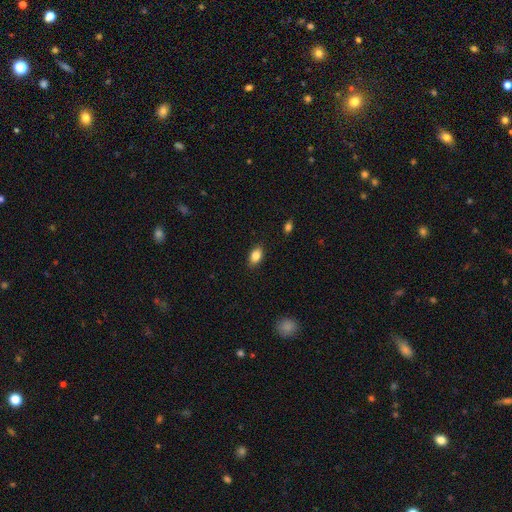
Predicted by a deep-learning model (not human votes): smooth_or_featured: smooth (p=0.85) [alt: star or artifact p=0.08]
how_rounded: in between (p=0.85) [alt: round p=0.13]
merging: none (p=0.87) [alt: minor disturbance p=0.10]